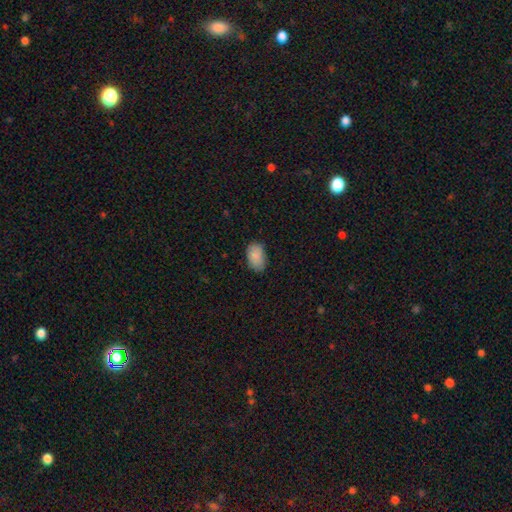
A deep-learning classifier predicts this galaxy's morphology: A smooth galaxy with no disk features (88%) that is in between round and cigar-shaped (90%).

Vote fractions:
- Smooth or featured? smooth: 88% / star or artifact: 7% / featured or disk: 5%
- How rounded? in between: 90% / round: 9% / cigar-shaped: 1%
- Merging? none: 78% / minor disturbance: 18% / major disturbance: 3% / merger: 1%